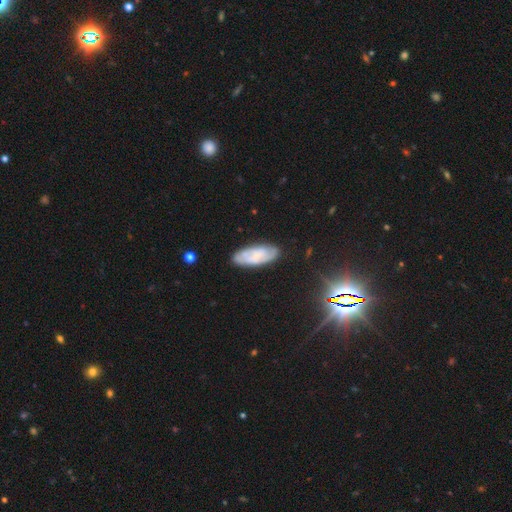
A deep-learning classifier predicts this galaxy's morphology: type=featured or disk (50%); edge-on=no (86%); merging=none (78%).